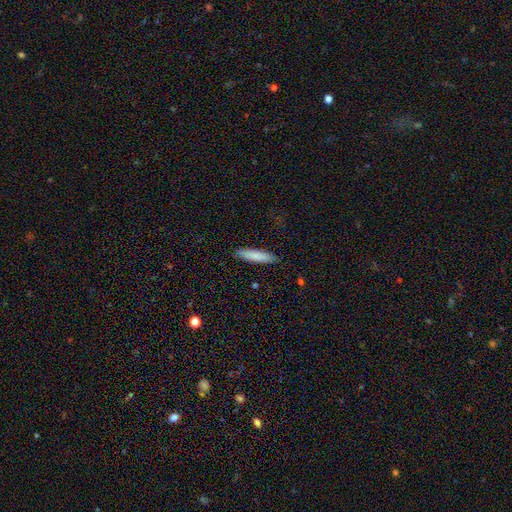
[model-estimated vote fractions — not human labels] Smooth or featured? smooth (84%)
How rounded? cigar-shaped (82%)
Merging? none (88%)